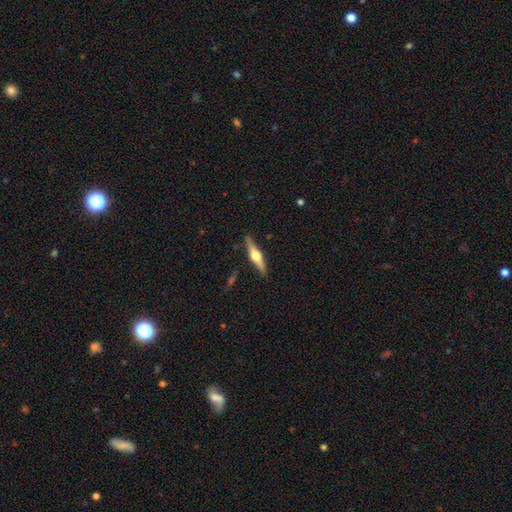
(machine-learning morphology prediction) type=featured or disk (71%); edge-on=yes (97%); edge-on bulge=rounded (94%); merging=none (89%).